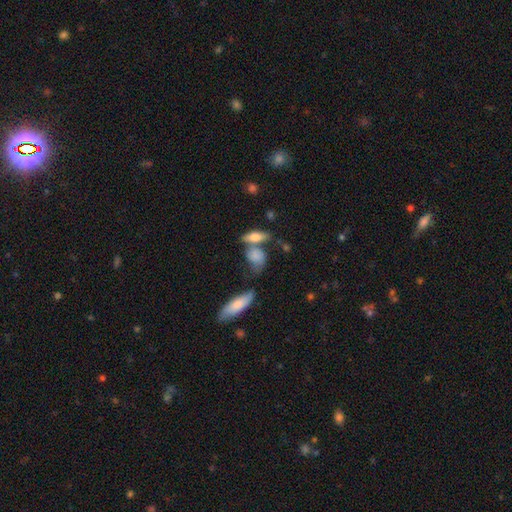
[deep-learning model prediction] smooth-or-featured: smooth: 70% | featured or disk: 21% | star or artifact: 9%
  how-rounded: in between: 64% | round: 24% | cigar-shaped: 12%
  merging: none: 40% | merger: 32% | minor disturbance: 19% | major disturbance: 10%